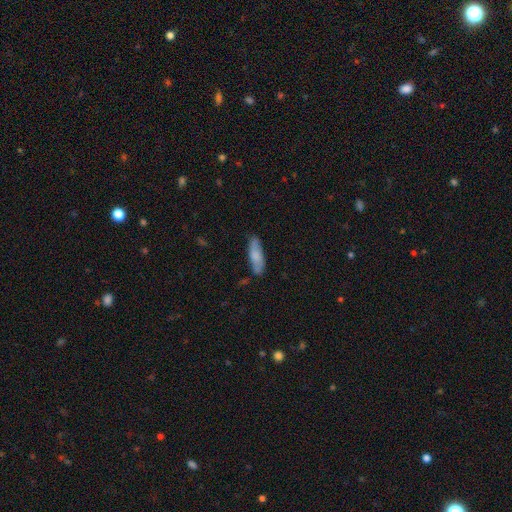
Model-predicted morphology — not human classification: Smooth or featured? smooth (75%)
How rounded? cigar-shaped (51%)
Merging? none (77%)